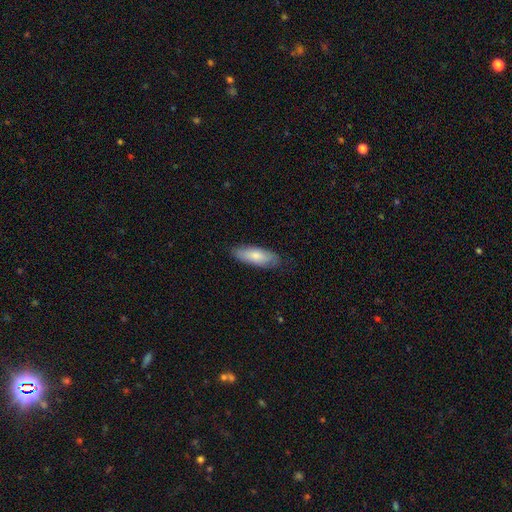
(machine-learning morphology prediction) The model was most divided on "how rounded": in between: 69%, cigar-shaped: 29%, round: 2%. More confident: merging — none (81%); smooth or featured — smooth (78%).